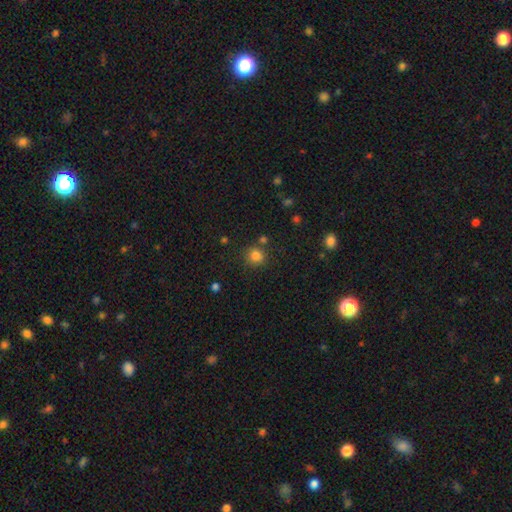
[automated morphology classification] A smooth galaxy with no disk features (81%) that is round (86%).

Vote fractions:
- Smooth or featured? smooth: 81% / star or artifact: 14% / featured or disk: 5%
- How rounded? round: 86% / in between: 13% / cigar-shaped: 1%
- Merging? none: 77% / minor disturbance: 11% / merger: 8% / major disturbance: 4%